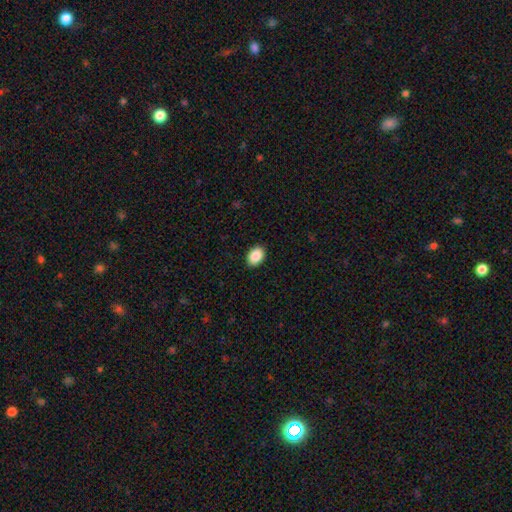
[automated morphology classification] The model was most divided on "how rounded": in between: 81%, round: 18%, cigar-shaped: 1%. More confident: merging — none (90%); smooth or featured — smooth (89%).